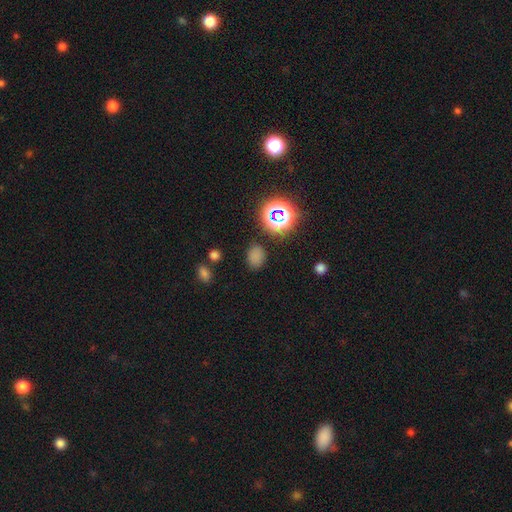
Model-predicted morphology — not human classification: smooth-or-featured: smooth: 70% | star or artifact: 24% | featured or disk: 5%
  how-rounded: in between: 62% | round: 36% | cigar-shaped: 1%
  merging: none: 81% | minor disturbance: 12% | major disturbance: 4% | merger: 3%